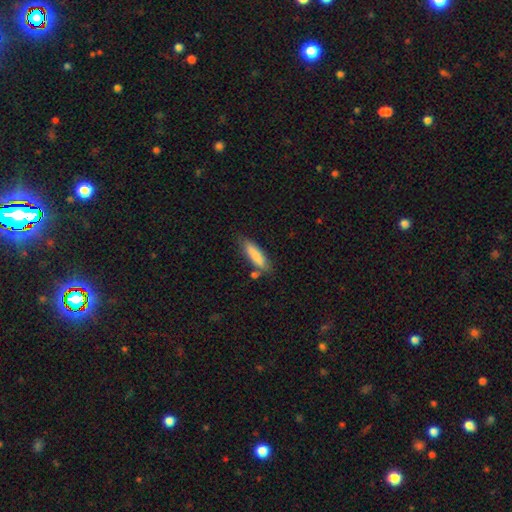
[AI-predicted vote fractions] Smooth or featured? smooth (81%)
How rounded? cigar-shaped (62%)
Merging? none (72%)